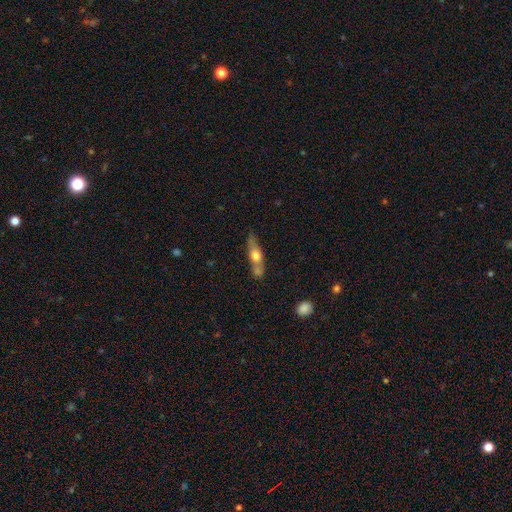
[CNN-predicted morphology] A smooth galaxy with no disk features (47%).

Vote fractions:
- Smooth or featured? smooth: 47% / featured or disk: 46% / star or artifact: 7%
- Merging? none: 58% / minor disturbance: 19% / merger: 17% / major disturbance: 6%